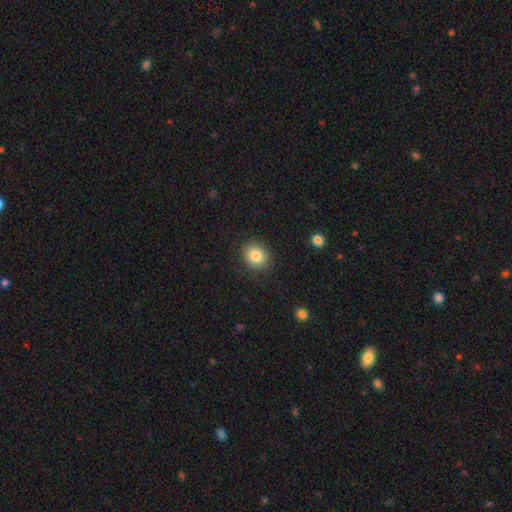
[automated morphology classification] The model was most divided on "how rounded": round: 67%, in between: 32%, cigar-shaped: 1%. More confident: merging — none (88%); smooth or featured — smooth (84%).